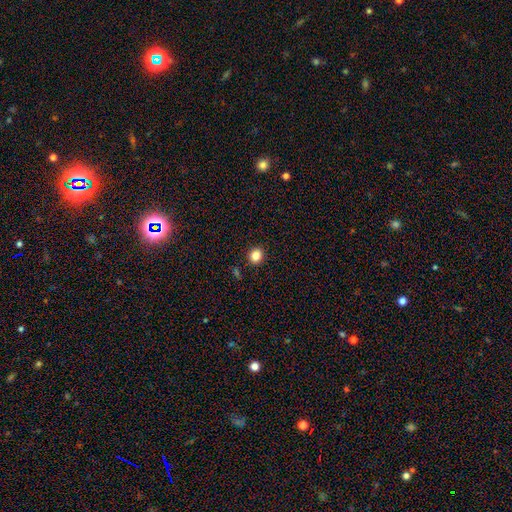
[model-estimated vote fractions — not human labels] Morphology: type=smooth (84%); roundness=round (80%); merging=none (91%).